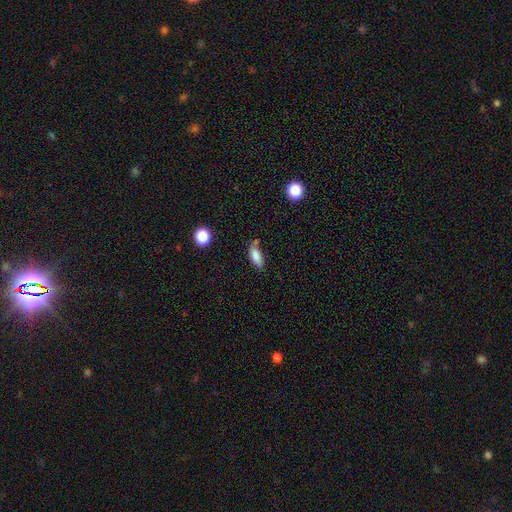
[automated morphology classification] Smooth or featured? Predicted: smooth (p=0.82). How rounded? Predicted: in between (p=0.77). Merging? Predicted: none (p=0.64).